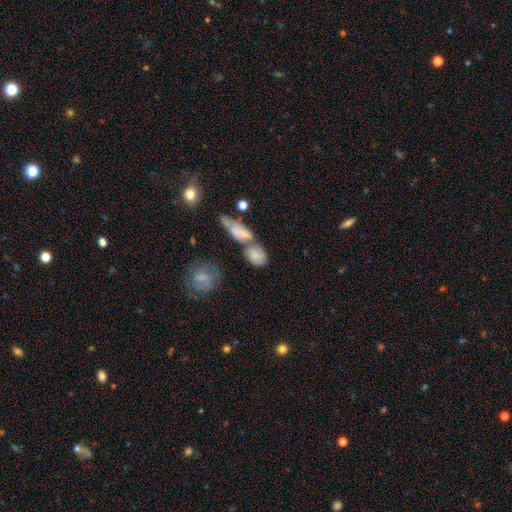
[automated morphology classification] A smooth galaxy with no disk features (72%) that is in between round and cigar-shaped (68%). Merging: merger (52%).